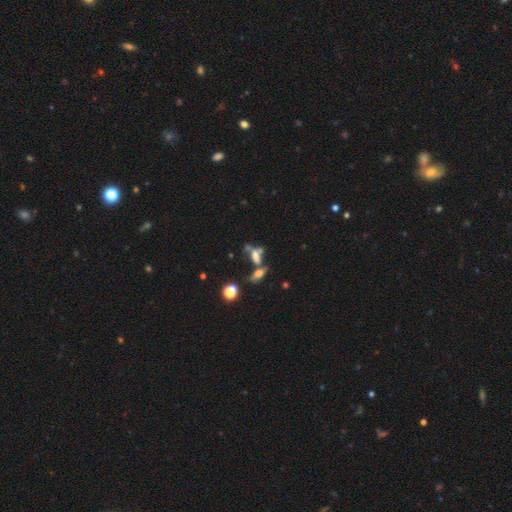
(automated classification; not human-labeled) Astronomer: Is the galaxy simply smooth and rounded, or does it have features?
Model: smooth — 44% (runner-up: featured or disk, 35%).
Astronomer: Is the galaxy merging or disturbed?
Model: merger — 40% (runner-up: none, 35%).